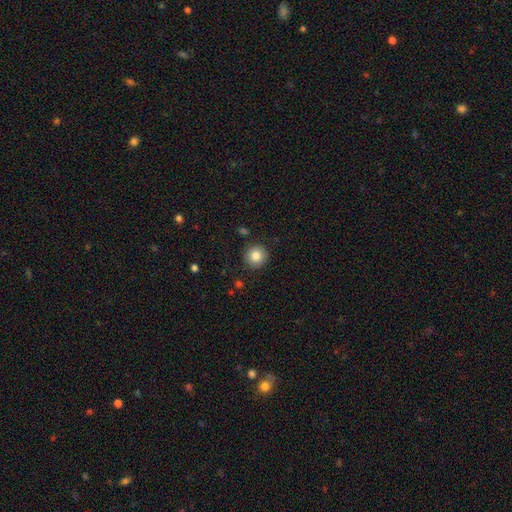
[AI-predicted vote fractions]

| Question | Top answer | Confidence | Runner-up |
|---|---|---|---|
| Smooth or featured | smooth | 84% | star or artifact (9%) |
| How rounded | round | 93% | in between (6%) |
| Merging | none | 89% | minor disturbance (7%) |